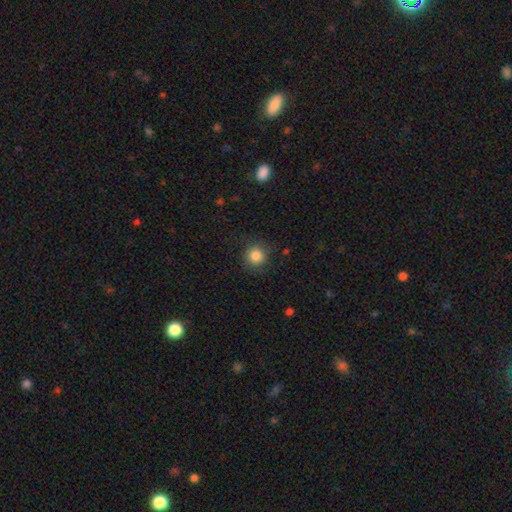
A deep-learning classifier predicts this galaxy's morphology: A smooth galaxy with no disk features (84%) that is round (92%). Merging: none (85%).